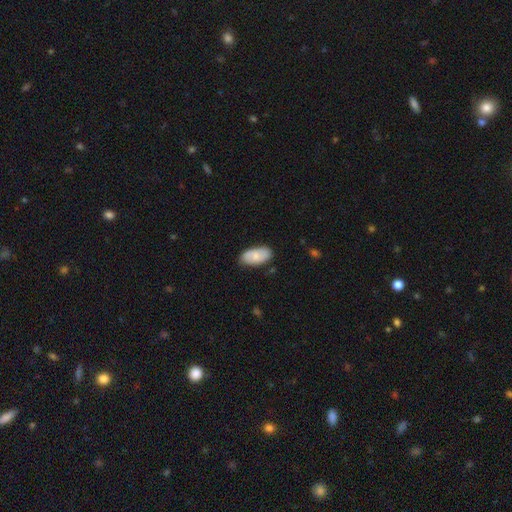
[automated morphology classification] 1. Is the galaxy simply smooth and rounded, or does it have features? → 68% smooth, 27% featured or disk, 6% star or artifact.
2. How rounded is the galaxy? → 94% in between, 3% cigar-shaped, 3% round.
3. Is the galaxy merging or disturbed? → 80% none, 16% minor disturbance, 3% major disturbance, 1% merger.